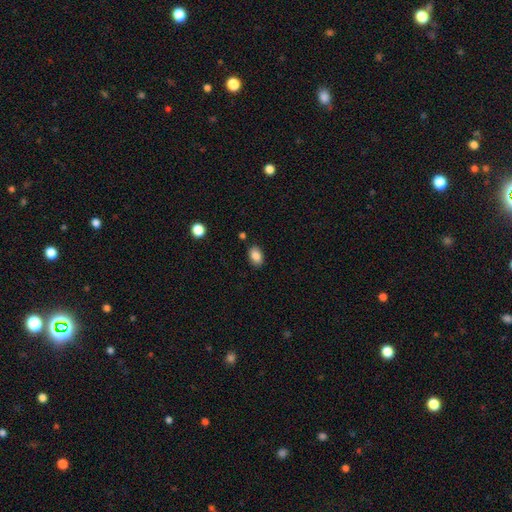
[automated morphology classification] A smooth galaxy with no disk features (87%) that is in between round and cigar-shaped (86%). Merging: none (85%).